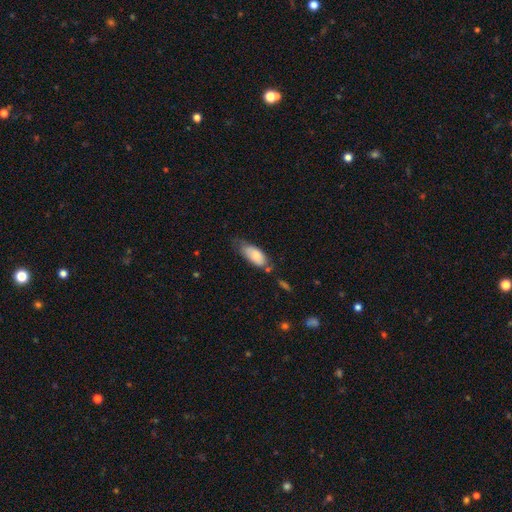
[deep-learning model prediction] smooth_or_featured: smooth (p=0.75) [alt: featured or disk p=0.18]
how_rounded: in between (p=0.87) [alt: cigar-shaped p=0.11]
merging: none (p=0.46) [alt: minor disturbance p=0.33]